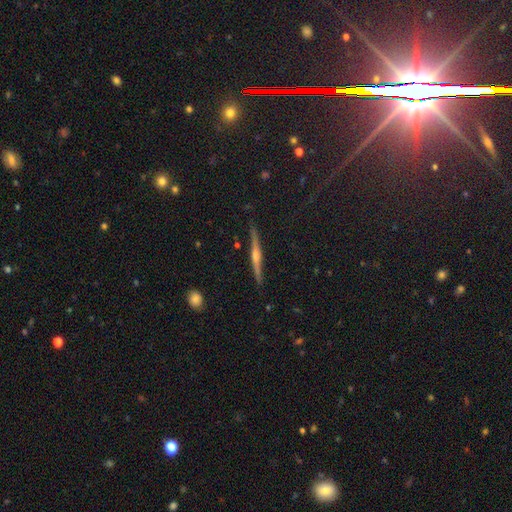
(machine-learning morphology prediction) type=featured or disk (78%); edge-on=yes (98%); edge-on bulge=rounded (83%); merging=none (89%).